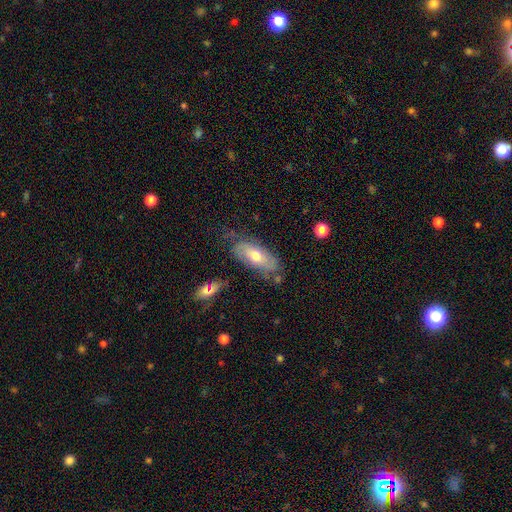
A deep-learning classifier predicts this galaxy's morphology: Smooth or featured? Predicted: smooth (p=0.55). How rounded? Predicted: in between (p=0.84). Merging? Predicted: none (p=0.63).